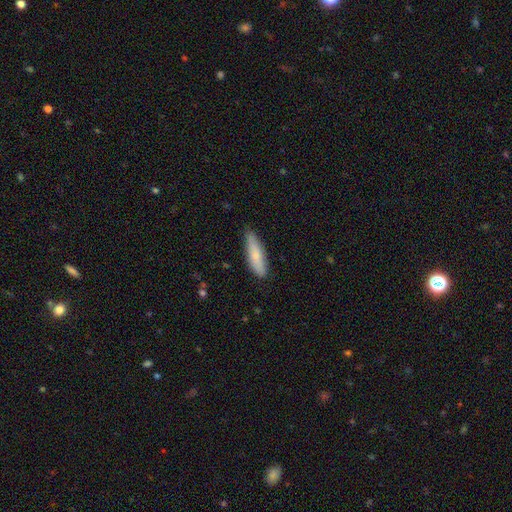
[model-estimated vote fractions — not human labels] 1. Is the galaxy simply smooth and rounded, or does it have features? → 73% smooth, 21% featured or disk, 6% star or artifact.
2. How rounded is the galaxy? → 62% cigar-shaped, 36% in between, 2% round.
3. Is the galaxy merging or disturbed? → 74% none, 21% minor disturbance, 3% major disturbance, 1% merger.